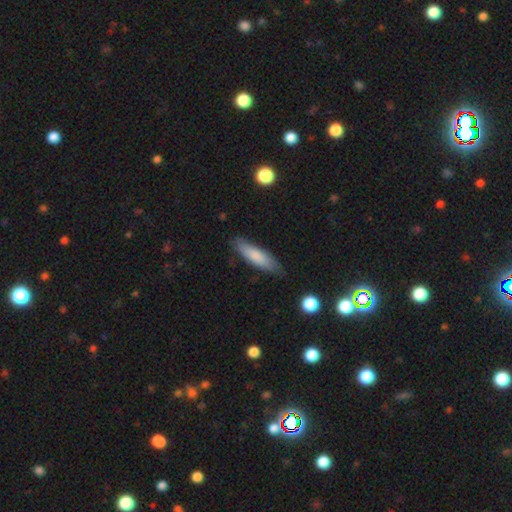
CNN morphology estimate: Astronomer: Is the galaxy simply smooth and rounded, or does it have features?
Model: smooth — 79%.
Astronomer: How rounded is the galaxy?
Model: cigar-shaped — 66%.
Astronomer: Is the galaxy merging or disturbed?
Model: none — 82%.